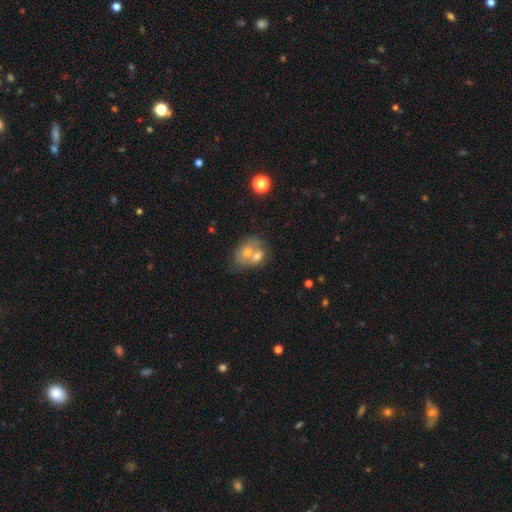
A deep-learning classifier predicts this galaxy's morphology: smooth 55%, featured or disk 31%, star or artifact 13%. Down the decision tree: how rounded — in between (54%); merging — merger (58%).